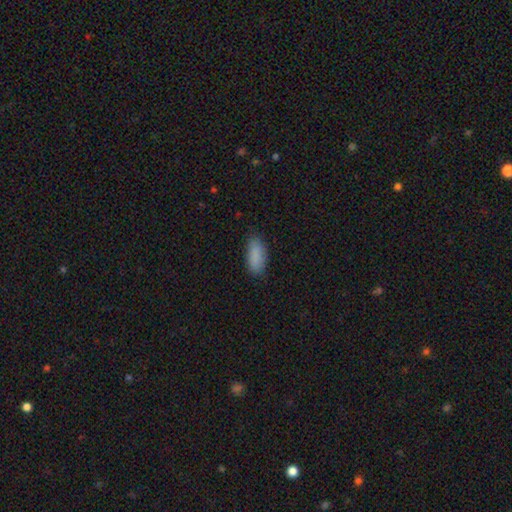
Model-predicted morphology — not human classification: This appears to be a smooth galaxy with no disk features (89%) that is in between round and cigar-shaped (81%). Merging: none (83%).